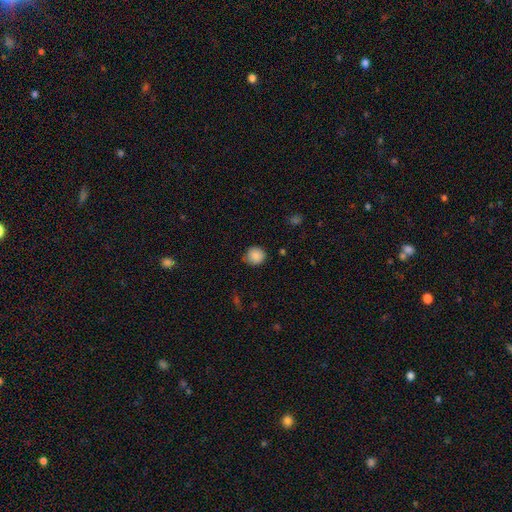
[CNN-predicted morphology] Smooth or featured? smooth (87%)
How rounded? round (88%)
Merging? none (77%)